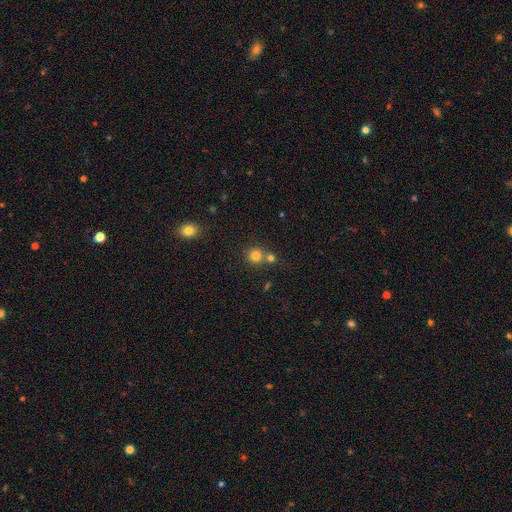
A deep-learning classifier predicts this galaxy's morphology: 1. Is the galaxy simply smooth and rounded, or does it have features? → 79% smooth, 14% star or artifact, 8% featured or disk.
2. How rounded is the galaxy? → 90% round, 9% in between, 1% cigar-shaped.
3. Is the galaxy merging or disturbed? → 61% none, 29% merger, 7% minor disturbance, 3% major disturbance.